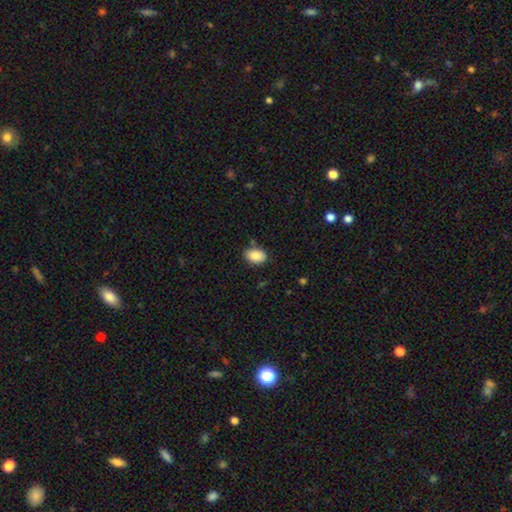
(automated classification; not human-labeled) Q: Smooth or featured?
A: smooth (88%); runner-up: star or artifact (7%)
Q: How rounded?
A: in between (85%); runner-up: round (14%)
Q: Merging?
A: none (79%); runner-up: minor disturbance (15%)